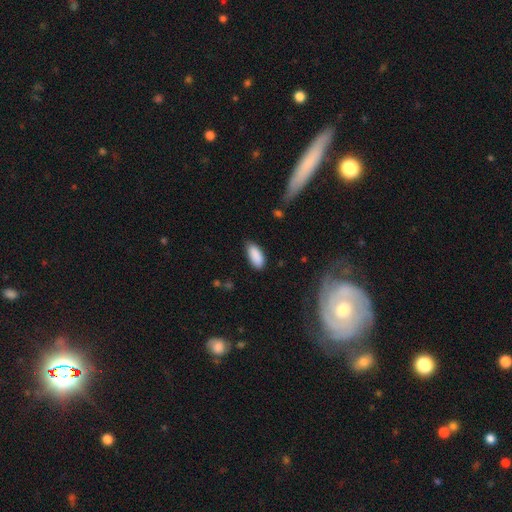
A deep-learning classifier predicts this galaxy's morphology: Smooth or featured: smooth — 90% (star or artifact — 6%)
How rounded: in between — 90% (cigar-shaped — 9%)
Merging: none — 78% (minor disturbance — 18%)